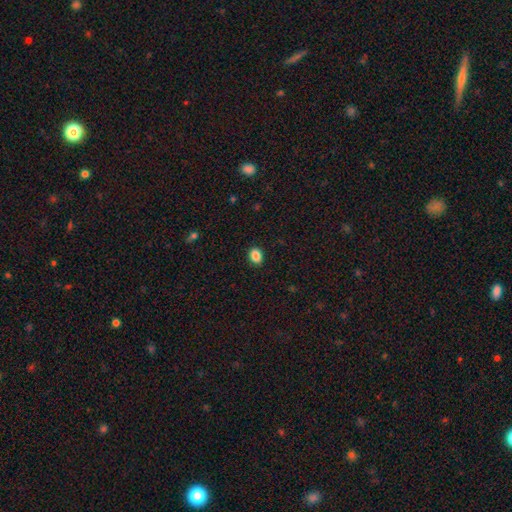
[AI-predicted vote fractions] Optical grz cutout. It shows a smooth galaxy with no disk features (87%) that is in between round and cigar-shaped (65%). Merging: none (90%).